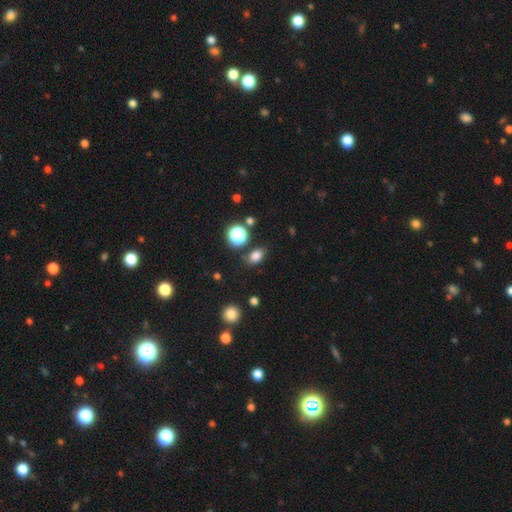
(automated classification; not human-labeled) This is likely a smooth galaxy (78%). How rounded: likely in between (70%). Merging: likely none (75%).